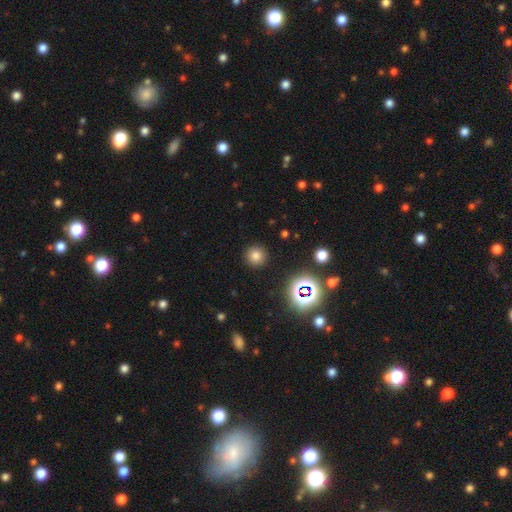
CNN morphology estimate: Q: Smooth or featured?
A: smooth (75%); runner-up: star or artifact (19%)
Q: How rounded?
A: round (94%); runner-up: in between (5%)
Q: Merging?
A: none (91%); runner-up: minor disturbance (5%)